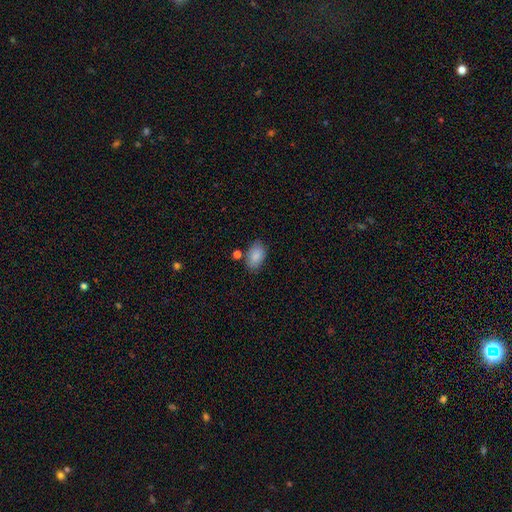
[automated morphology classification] This appears to be a smooth galaxy with no disk features (87%) that is in between round and cigar-shaped (89%). Merging: none (75%).